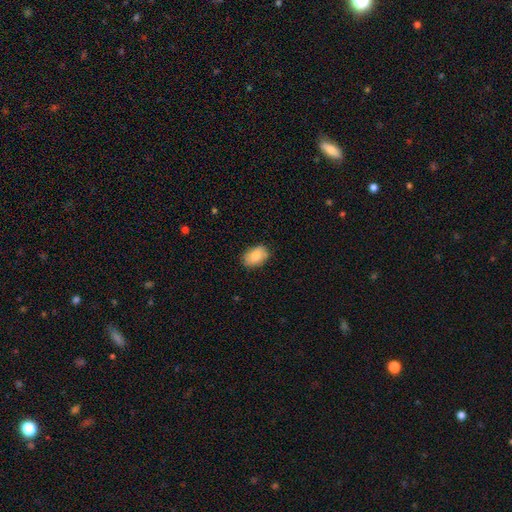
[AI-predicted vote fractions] Morphology: type=smooth (84%); roundness=in between (87%); merging=none (81%).